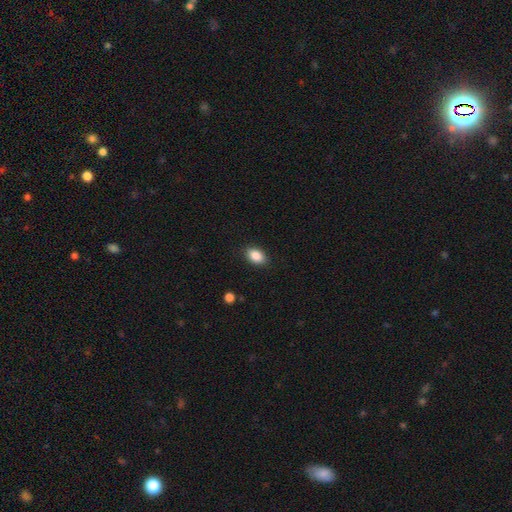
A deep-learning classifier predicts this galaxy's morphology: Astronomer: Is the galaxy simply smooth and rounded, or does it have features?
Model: smooth — 88%.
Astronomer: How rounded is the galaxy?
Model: in between — 88%.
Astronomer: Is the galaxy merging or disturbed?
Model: none — 88%.